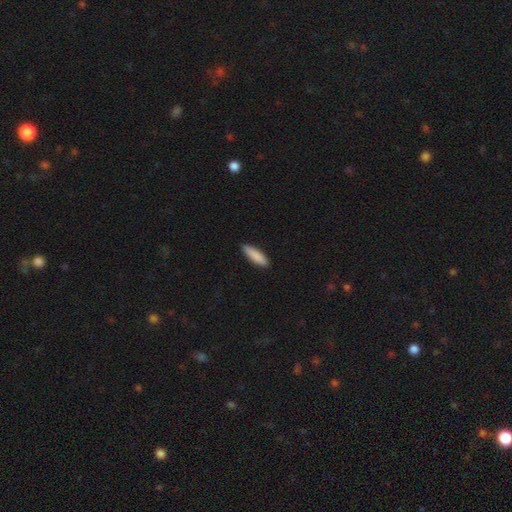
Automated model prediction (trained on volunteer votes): smooth 88%, featured or disk 6%, star or artifact 6%. Down the decision tree: how rounded — cigar-shaped (65%); merging — none (88%).